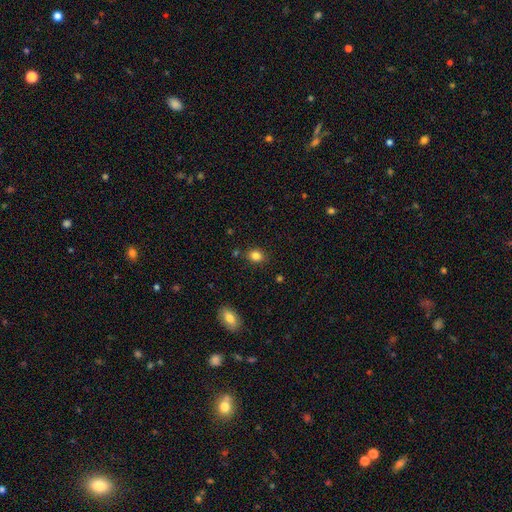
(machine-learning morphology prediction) smooth_or_featured: smooth (p=0.83) [alt: star or artifact p=0.11]
how_rounded: in between (p=0.49) [tied with: round p=0.49]
merging: none (p=0.83) [alt: minor disturbance p=0.11]